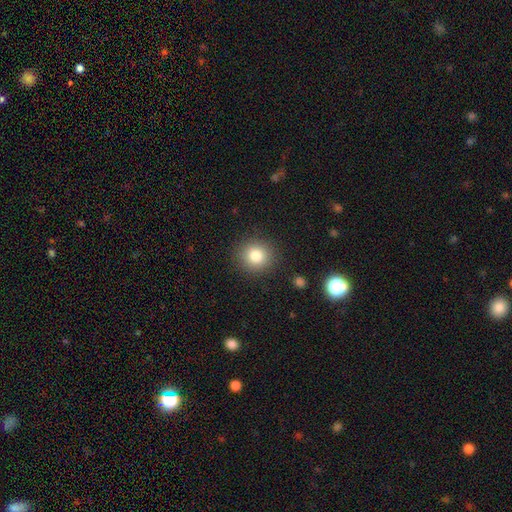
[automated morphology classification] Overall: smooth (81%). How rounded: round (90%). Merging: none (89%).